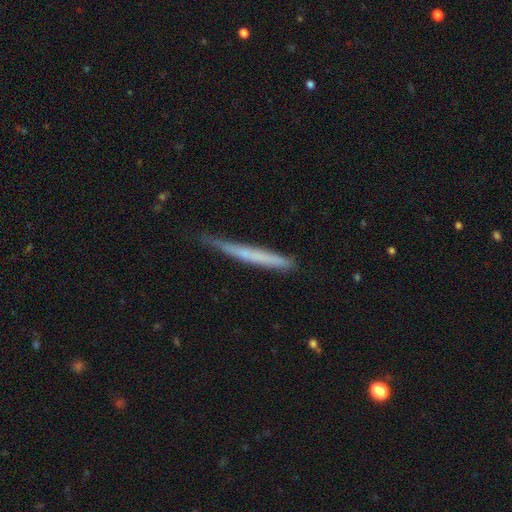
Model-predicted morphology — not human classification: A smooth galaxy with no disk features (55%) that is cigar-shaped (97%). Merging: none (67%).